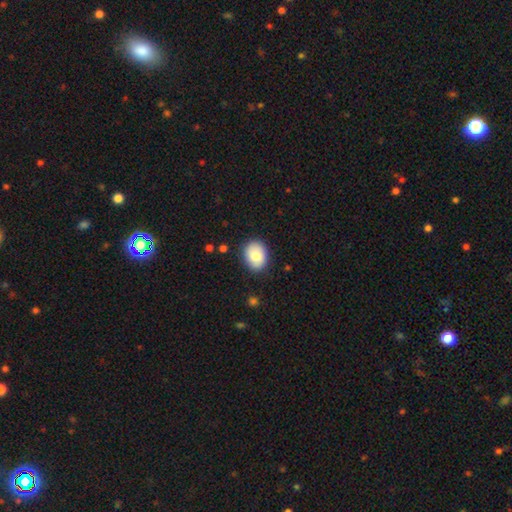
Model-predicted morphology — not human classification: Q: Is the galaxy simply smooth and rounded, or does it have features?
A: smooth — 83%.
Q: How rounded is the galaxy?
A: in between — 57%.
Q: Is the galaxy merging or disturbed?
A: none — 85%.